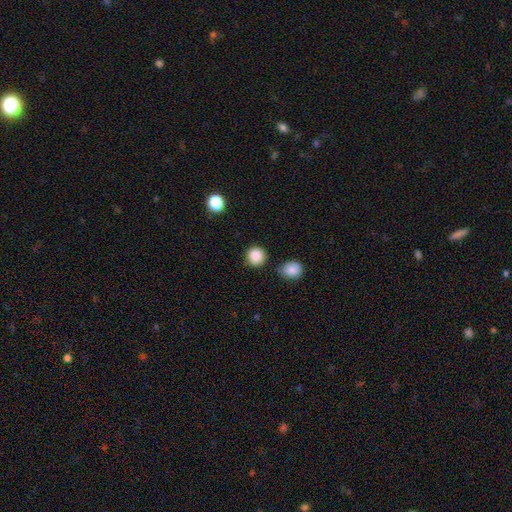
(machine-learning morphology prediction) Q: Smooth or featured?
A: smooth (88%); runner-up: star or artifact (9%)
Q: How rounded?
A: round (92%); runner-up: in between (7%)
Q: Merging?
A: none (83%); runner-up: minor disturbance (10%)